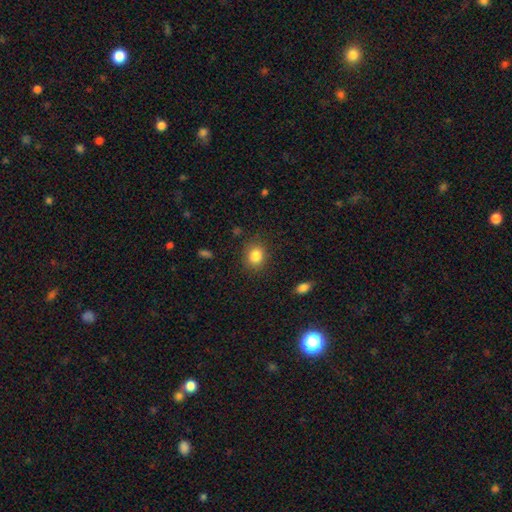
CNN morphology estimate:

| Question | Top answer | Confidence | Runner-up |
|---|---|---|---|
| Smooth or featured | smooth | 84% | star or artifact (10%) |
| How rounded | round | 68% | in between (31%) |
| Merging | none | 85% | minor disturbance (10%) |